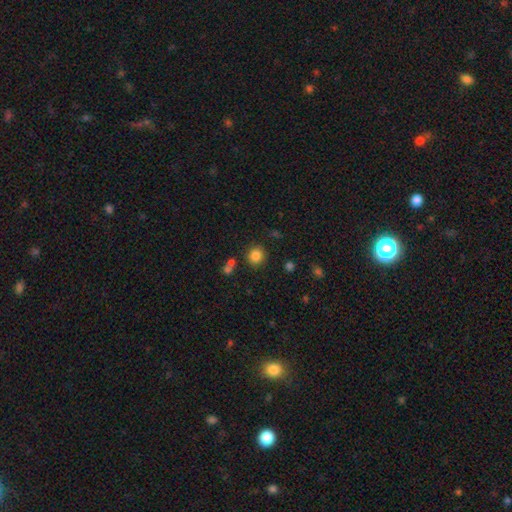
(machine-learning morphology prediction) Q: Smooth or featured?
A: smooth (84%); runner-up: star or artifact (11%)
Q: How rounded?
A: round (89%); runner-up: in between (10%)
Q: Merging?
A: none (83%); runner-up: minor disturbance (8%)